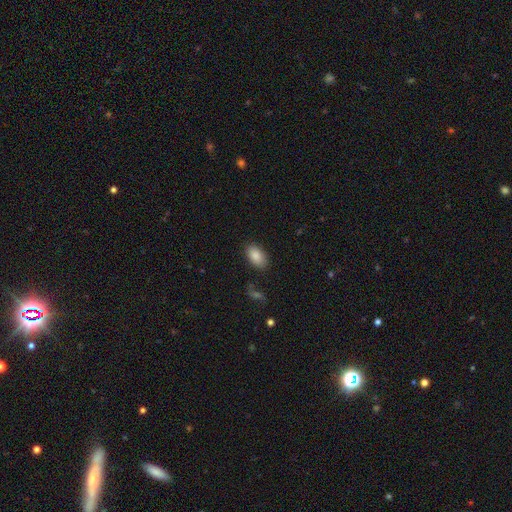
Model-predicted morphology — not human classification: Overall: smooth (87%). How rounded: in between (93%). Merging: none (84%).